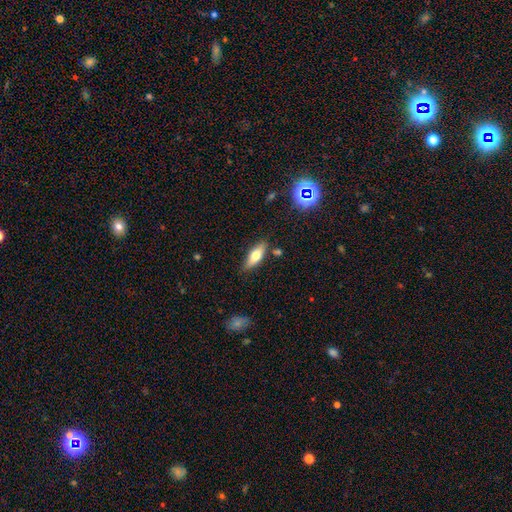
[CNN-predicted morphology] Smooth or featured? Predicted: smooth (p=0.64). How rounded? Predicted: in between (p=0.62). Merging? Predicted: none (p=0.80).